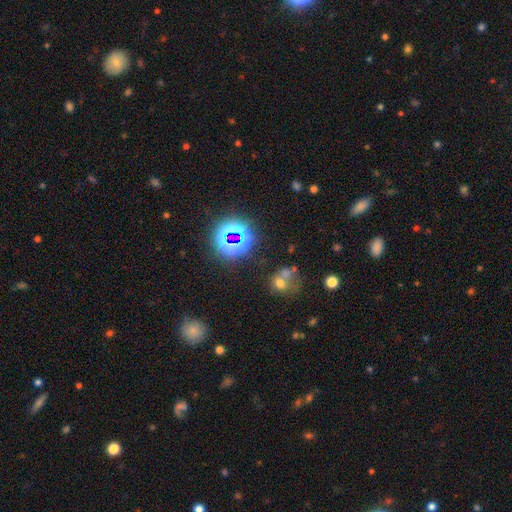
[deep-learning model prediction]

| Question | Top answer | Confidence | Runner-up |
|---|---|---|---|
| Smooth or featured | star or artifact | 72% | smooth (18%) |